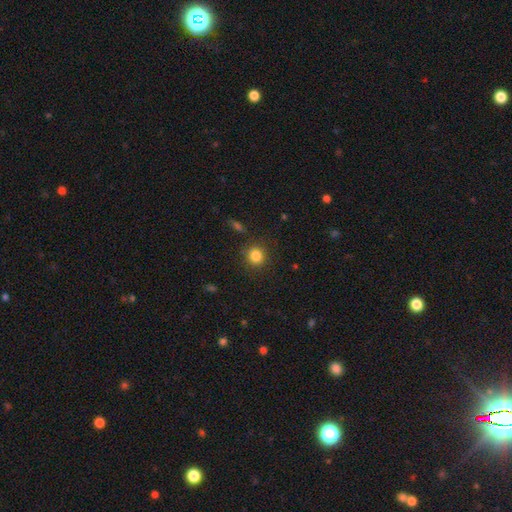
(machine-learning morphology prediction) smooth_or_featured: smooth (p=0.84) [alt: star or artifact p=0.11]
how_rounded: round (p=0.88) [alt: in between p=0.11]
merging: none (p=0.87) [alt: minor disturbance p=0.08]